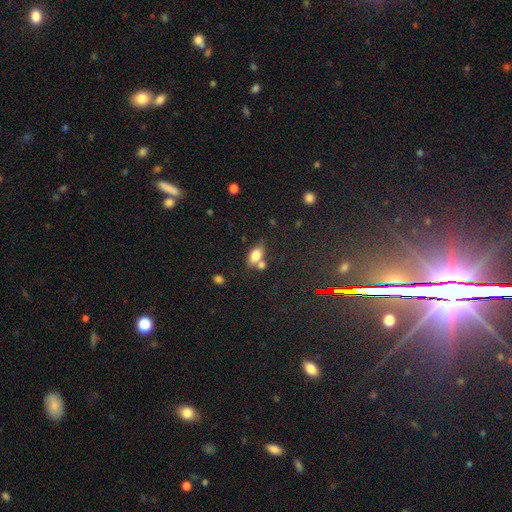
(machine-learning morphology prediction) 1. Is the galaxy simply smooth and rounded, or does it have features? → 77% smooth, 13% featured or disk, 10% star or artifact.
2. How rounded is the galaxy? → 86% in between, 9% round, 5% cigar-shaped.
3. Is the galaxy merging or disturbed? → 52% none, 29% merger, 14% minor disturbance, 5% major disturbance.